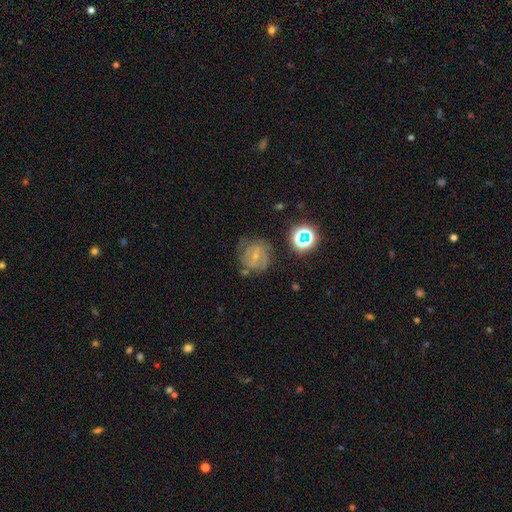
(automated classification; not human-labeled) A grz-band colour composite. It shows a featured or disk galaxy (62%) with a weak bar (46%), 2 (35%) tight (47%) spiral arms (86%) and a small central bulge (68%). Merging: none (60%).